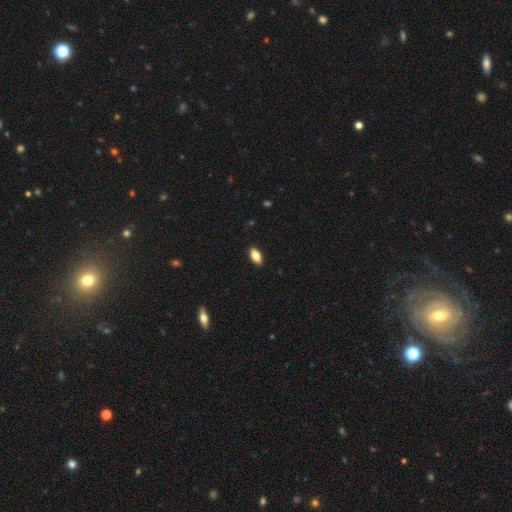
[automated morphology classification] Q: Smooth or featured?
A: smooth (82%); runner-up: featured or disk (10%)
Q: How rounded?
A: in between (89%); runner-up: cigar-shaped (7%)
Q: Merging?
A: none (89%); runner-up: minor disturbance (8%)